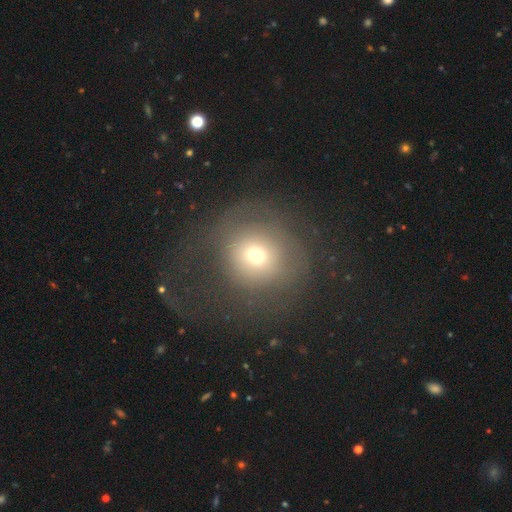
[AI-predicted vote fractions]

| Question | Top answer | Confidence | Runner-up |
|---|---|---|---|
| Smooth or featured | smooth | 62% | featured or disk (23%) |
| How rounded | round | 90% | in between (9%) |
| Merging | none | 46% | major disturbance (37%) |